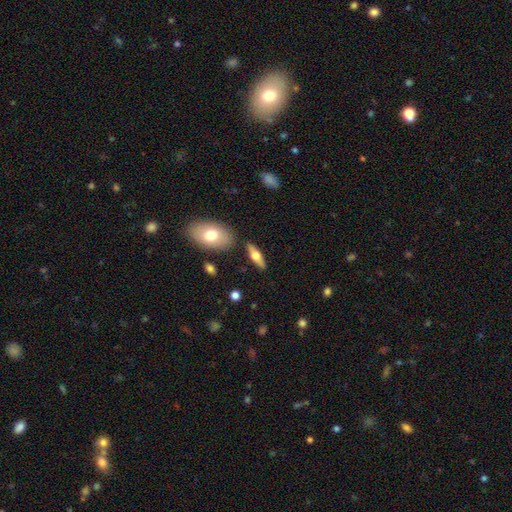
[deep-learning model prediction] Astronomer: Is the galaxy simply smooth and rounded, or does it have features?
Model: featured or disk — 49% (runner-up: smooth, 45%).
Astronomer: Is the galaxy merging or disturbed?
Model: none — 84%.